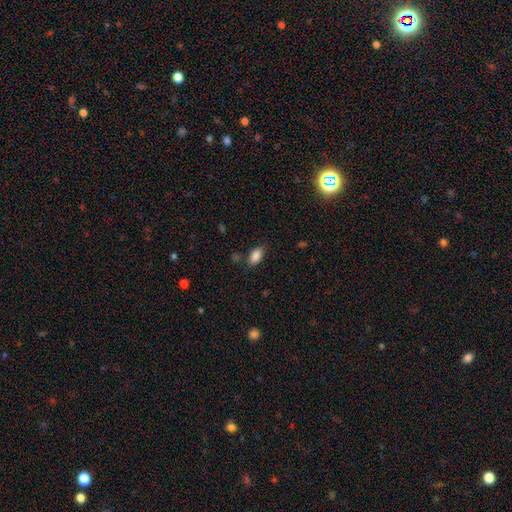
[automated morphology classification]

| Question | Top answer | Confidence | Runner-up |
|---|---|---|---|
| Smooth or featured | smooth | 87% | star or artifact (8%) |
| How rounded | in between | 91% | round (5%) |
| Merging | none | 78% | minor disturbance (14%) |